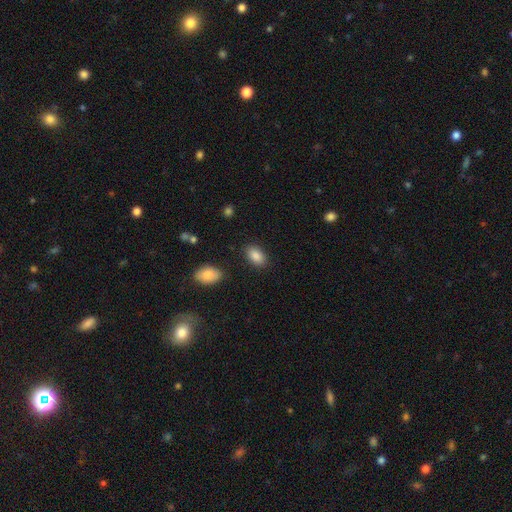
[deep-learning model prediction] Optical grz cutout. It shows a smooth galaxy with no disk features (88%) that is in between round and cigar-shaped (91%). Merging: none (86%).